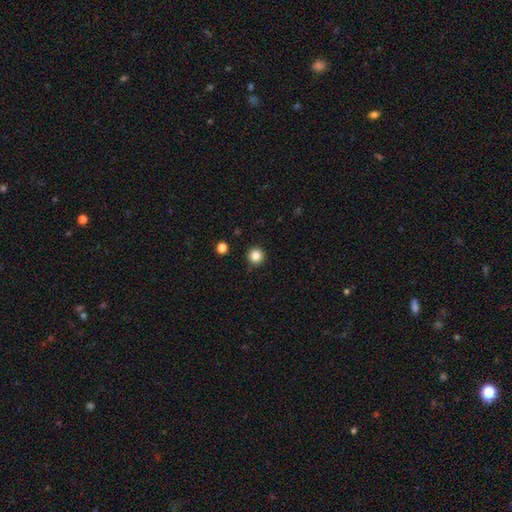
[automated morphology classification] smooth_or_featured: smooth (p=0.84) [alt: star or artifact p=0.12]
how_rounded: round (p=0.95) [alt: in between p=0.04]
merging: none (p=0.91) [alt: minor disturbance p=0.06]